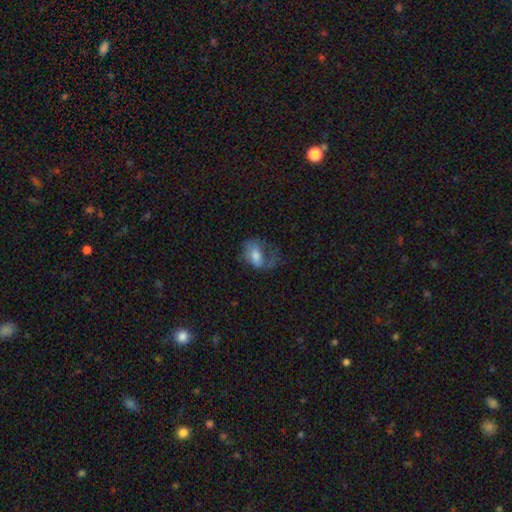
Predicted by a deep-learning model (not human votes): Morphology: type=smooth (58%); roundness=in between (82%); merging=major disturbance (46%).